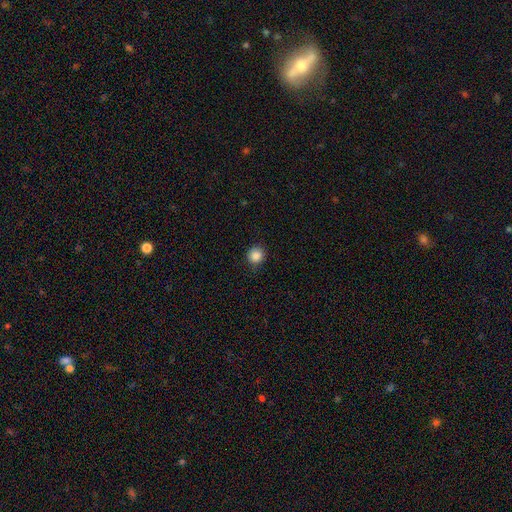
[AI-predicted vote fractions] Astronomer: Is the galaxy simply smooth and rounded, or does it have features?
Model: smooth — 87%.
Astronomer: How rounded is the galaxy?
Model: round — 91%.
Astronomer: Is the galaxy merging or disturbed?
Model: none — 88%.